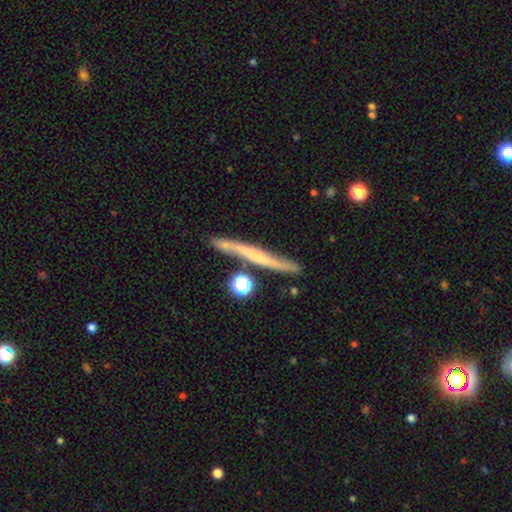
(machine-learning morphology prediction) smooth-or-featured: featured or disk: 60% | smooth: 32% | star or artifact: 8%
  disk-edge-on: yes: 86% | no: 14%
    edge-on-bulge: none: 71% | rounded: 19% | boxy: 10%
  merging: none: 72% | minor disturbance: 17% | merger: 7% | major disturbance: 5%